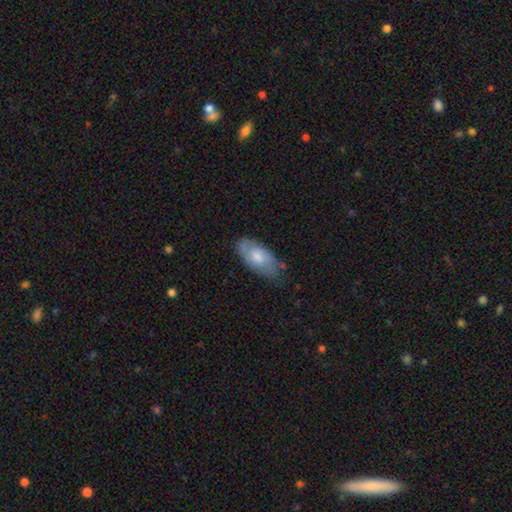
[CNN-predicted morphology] The model was most divided on "smooth or featured": smooth: 55%, featured or disk: 38%, star or artifact: 7%. More confident: how rounded — in between (88%); merging — none (69%).